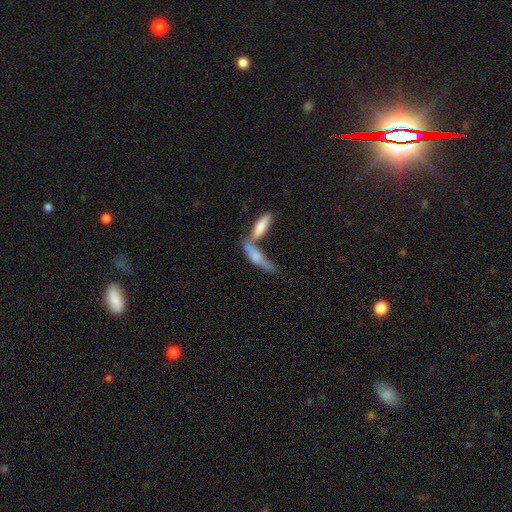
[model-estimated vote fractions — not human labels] Smooth or featured?
  - smooth: 62% *
  - featured or disk: 31%
  - star or artifact: 7%
How rounded?
  - cigar-shaped: 64% *
  - in between: 34%
  - round: 3%
Merging?
  - merger: 53% *
  - none: 28%
  - minor disturbance: 12%
  - major disturbance: 7%